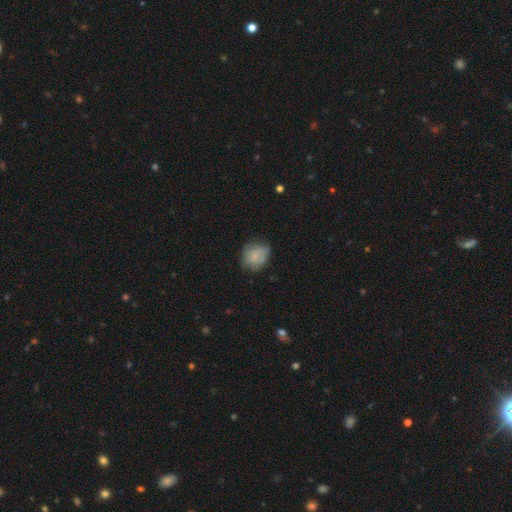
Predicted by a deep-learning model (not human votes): Smooth or featured?
  - smooth: 71% *
  - featured or disk: 20%
  - star or artifact: 9%
How rounded?
  - round: 69% *
  - in between: 30%
  - cigar-shaped: 1%
Merging?
  - none: 62% *
  - minor disturbance: 28%
  - major disturbance: 9%
  - merger: 2%